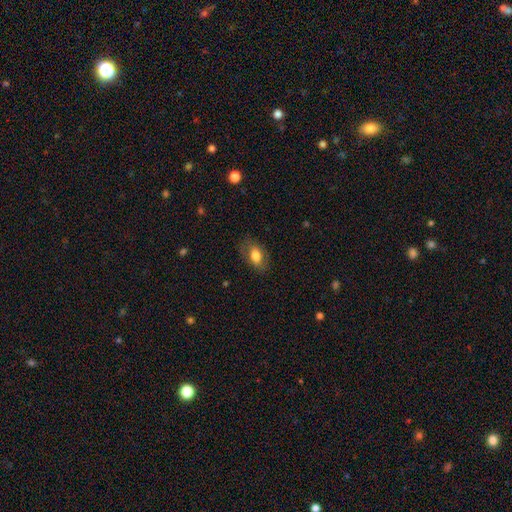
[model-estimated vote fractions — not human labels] smooth-or-featured: smooth: 73% | featured or disk: 20% | star or artifact: 7%
  how-rounded: in between: 88% | round: 10% | cigar-shaped: 2%
  merging: none: 79% | minor disturbance: 14% | major disturbance: 6% | merger: 1%